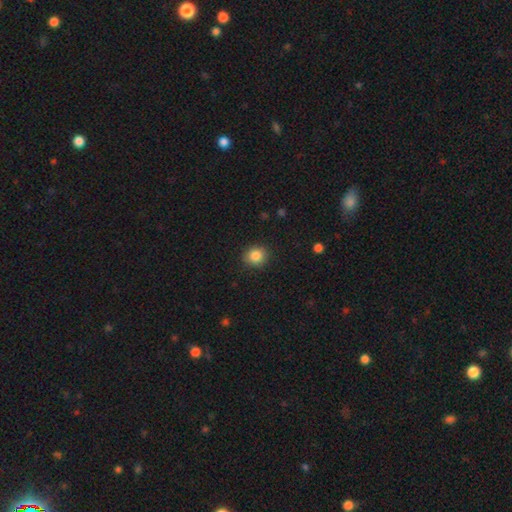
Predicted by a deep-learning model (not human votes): The model was most divided on "how rounded": round: 86%, in between: 13%, cigar-shaped: 1%. More confident: merging — none (90%); smooth or featured — smooth (85%).